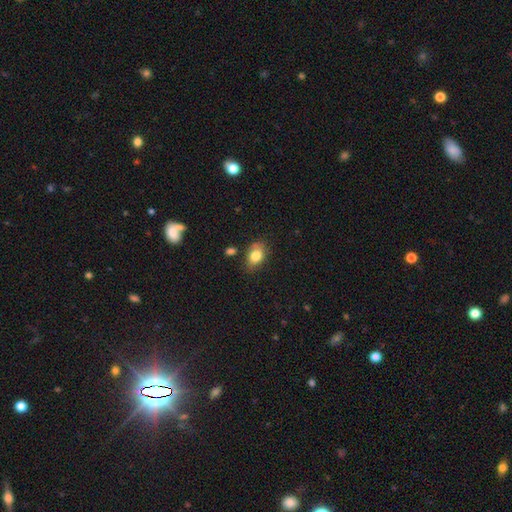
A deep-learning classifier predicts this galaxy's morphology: A smooth galaxy with no disk features (80%) that is in between round and cigar-shaped (82%). Merging: none (69%).